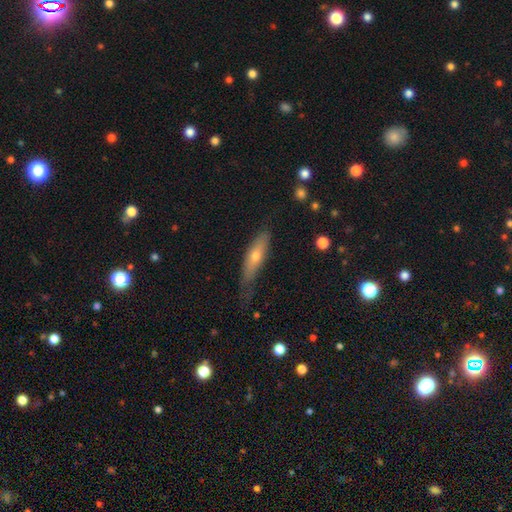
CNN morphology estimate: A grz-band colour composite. It shows a smooth galaxy with no disk features (46%). Merging: none (64%).